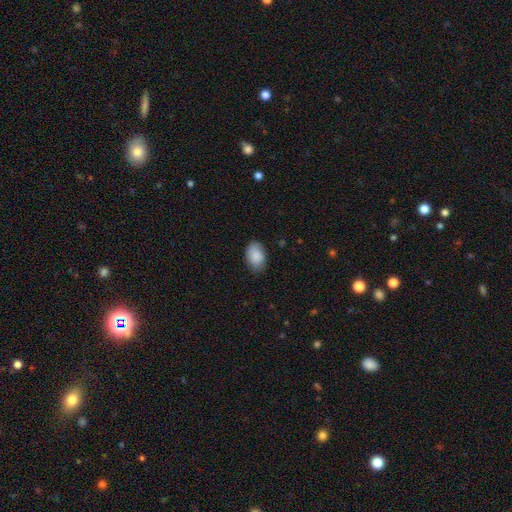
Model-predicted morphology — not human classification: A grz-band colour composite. It shows a smooth galaxy with no disk features (88%) that is in between round and cigar-shaped (88%). Merging: none (79%).